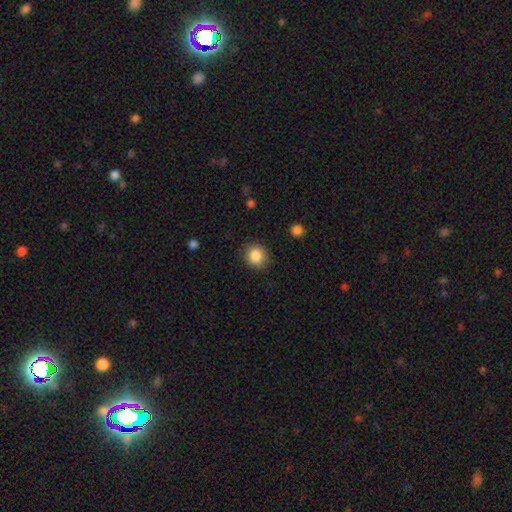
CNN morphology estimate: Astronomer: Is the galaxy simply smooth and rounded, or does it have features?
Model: smooth — 86%.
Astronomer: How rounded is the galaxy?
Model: round — 75%.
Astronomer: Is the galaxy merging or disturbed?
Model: none — 84%.